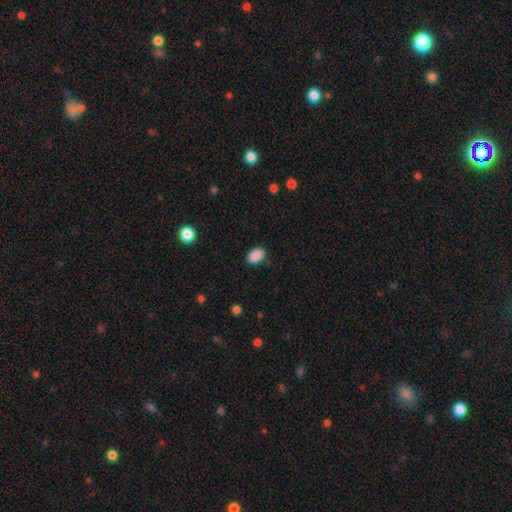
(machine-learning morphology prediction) The model was most divided on "merging": none: 86%, minor disturbance: 10%, major disturbance: 3%, merger: 1%. More confident: how rounded — in between (90%); smooth or featured — smooth (89%).